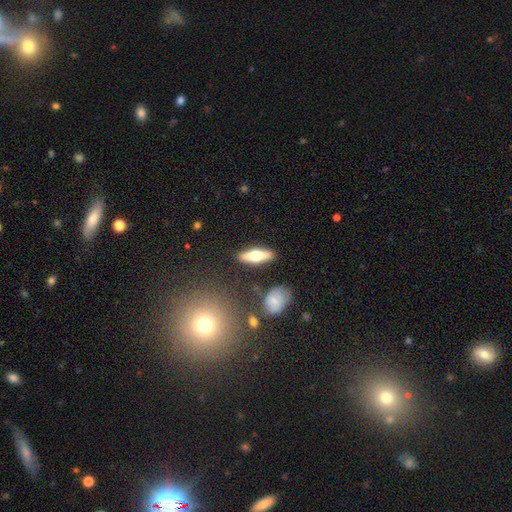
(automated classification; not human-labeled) Smooth or featured? featured or disk (49%)
Merging? none (86%)